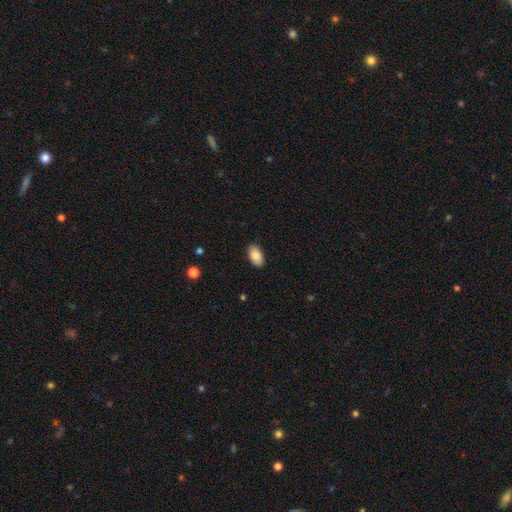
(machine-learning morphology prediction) Q: Smooth or featured?
A: smooth (88%); runner-up: star or artifact (7%)
Q: How rounded?
A: in between (94%); runner-up: round (4%)
Q: Merging?
A: none (87%); runner-up: minor disturbance (10%)